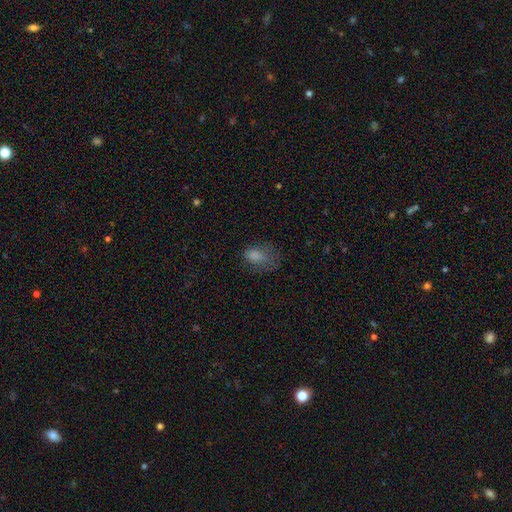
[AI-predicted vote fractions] Q: Smooth or featured?
A: smooth (76%); runner-up: star or artifact (12%)
Q: How rounded?
A: in between (85%); runner-up: round (13%)
Q: Merging?
A: none (37%); runner-up: major disturbance (33%)